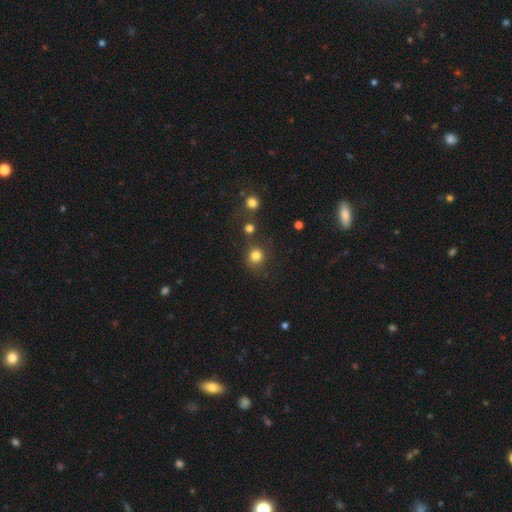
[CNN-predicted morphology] A smooth galaxy with no disk features (81%) that is round (88%).

Vote fractions:
- Smooth or featured? smooth: 81% / star or artifact: 14% / featured or disk: 5%
- How rounded? round: 88% / in between: 11% / cigar-shaped: 1%
- Merging? none: 73% / minor disturbance: 11% / merger: 11% / major disturbance: 6%